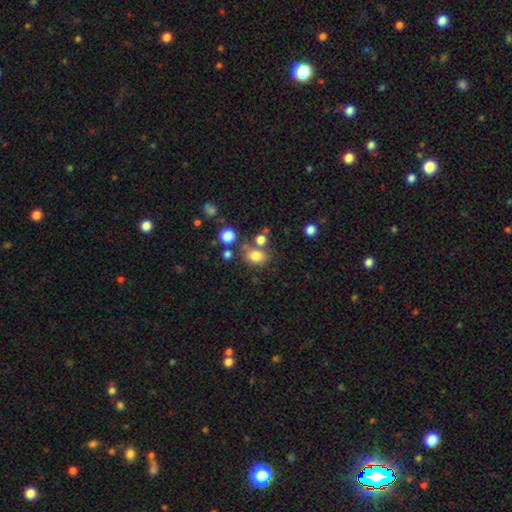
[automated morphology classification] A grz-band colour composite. It shows a smooth galaxy with no disk features (78%) that is in between round and cigar-shaped (55%). Merging: none (63%).